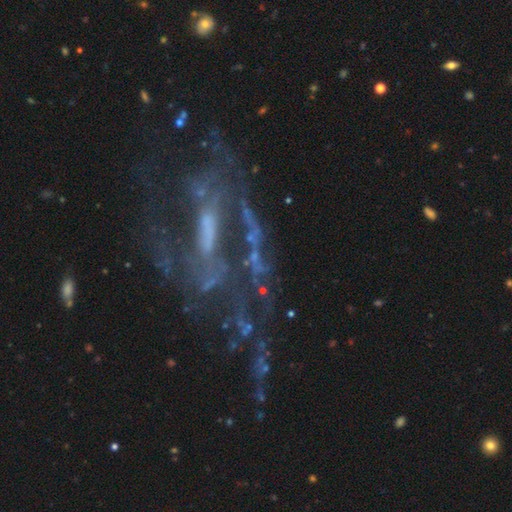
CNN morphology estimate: Smooth or featured?
  - featured or disk: 78% *
  - star or artifact: 14%
  - smooth: 8%
Edge-on disk?
  - no: 89% *
  - yes: 11%
Bar?
  - strong: 36% *
  - weak: 35%
  - no: 29%
Spiral arms?
  - yes: 70% *
  - no: 30%
Bulge size?
  - small: 36% *
  - none: 32%
  - moderate: 26%
  - large: 4%
  - dominant: 2%
Merging?
  - none: 45% *
  - major disturbance: 32%
  - minor disturbance: 16%
  - merger: 6%